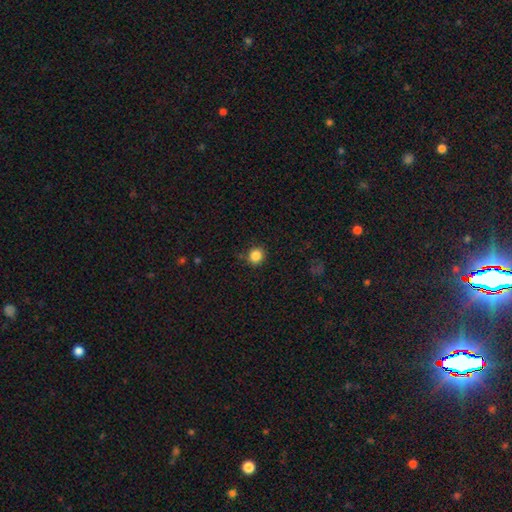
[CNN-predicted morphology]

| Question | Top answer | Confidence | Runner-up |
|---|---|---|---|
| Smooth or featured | smooth | 86% | star or artifact (11%) |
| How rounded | round | 87% | in between (12%) |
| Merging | none | 86% | minor disturbance (10%) |